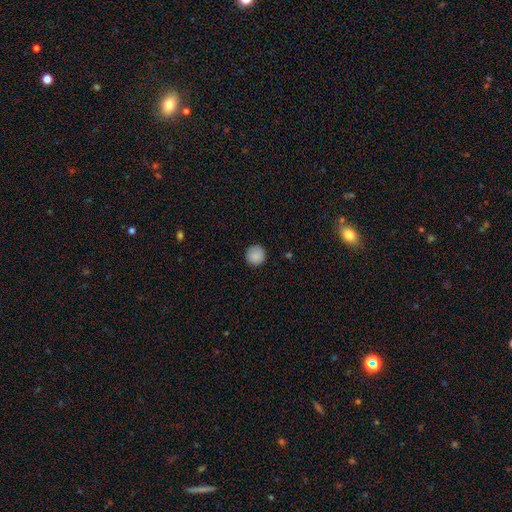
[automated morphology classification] The model was most divided on "smooth or featured": smooth: 88%, star or artifact: 8%, featured or disk: 4%. More confident: how rounded — round (96%); merging — none (91%).